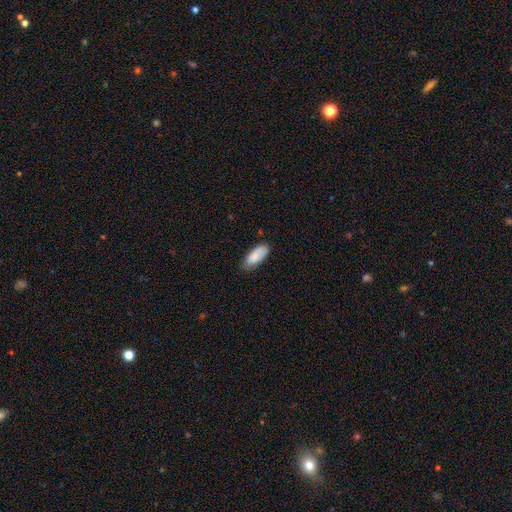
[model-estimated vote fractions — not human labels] Smooth or featured? smooth (85%)
How rounded? in between (85%)
Merging? none (70%)